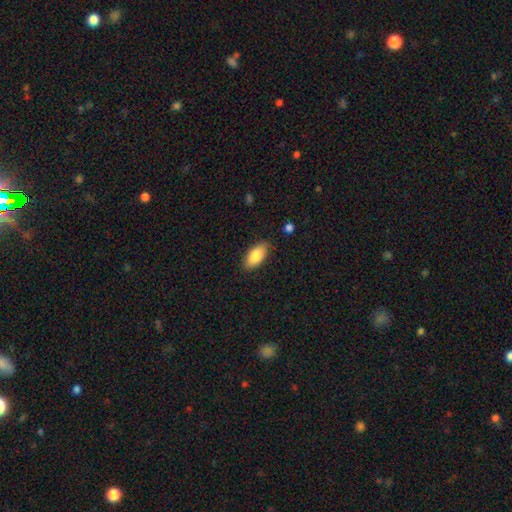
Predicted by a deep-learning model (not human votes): This is clearly a smooth galaxy (84%). How rounded: clearly in between (90%). Merging: clearly none (85%).